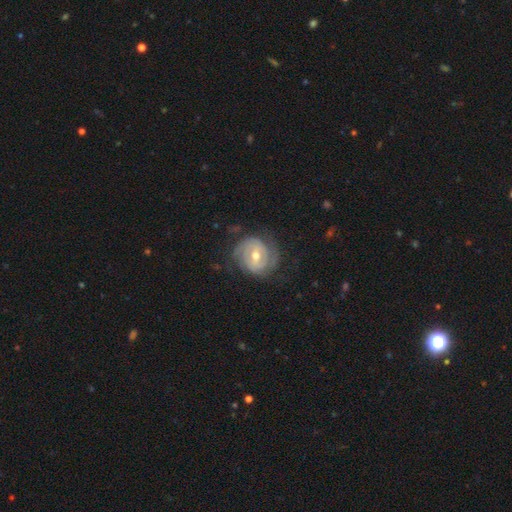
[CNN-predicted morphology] Overall: featured or disk (81%). Edge-on disk: no (97%). Bar: weak (49%; no 31%). Spiral arms: yes (90%). Spiral arm count: 2 (52%; can't tell 25%). Spiral winding: tight (69%). Bulge size: moderate (73%). Merging: none (74%).